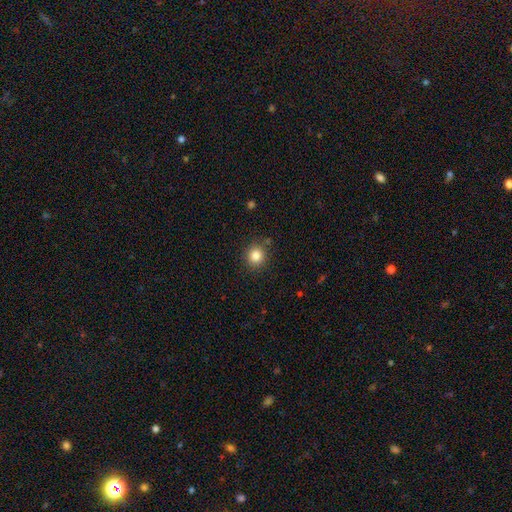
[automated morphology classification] Overall: smooth (83%). How rounded: round (89%). Merging: none (88%).